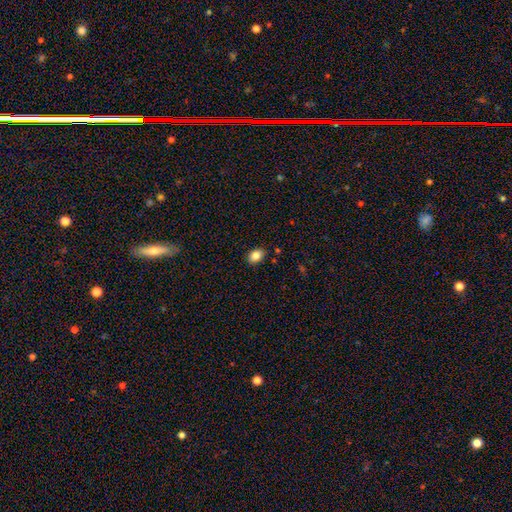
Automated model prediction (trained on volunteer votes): Morphology: type=smooth (86%); roundness=in between (80%); merging=none (88%).